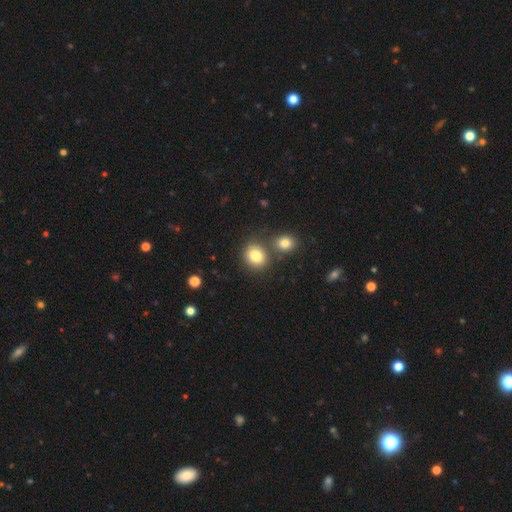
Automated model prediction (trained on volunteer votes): Smooth or featured?
  - smooth: 83% *
  - star or artifact: 10%
  - featured or disk: 7%
How rounded?
  - round: 71% *
  - in between: 29%
  - cigar-shaped: 1%
Merging?
  - none: 67% *
  - merger: 21%
  - minor disturbance: 9%
  - major disturbance: 3%